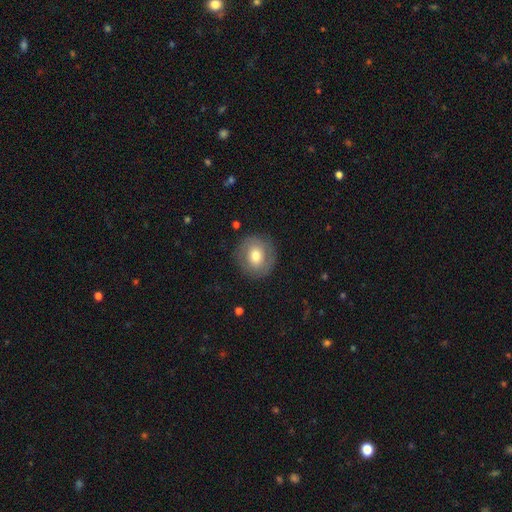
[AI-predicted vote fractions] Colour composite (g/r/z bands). It shows a smooth galaxy with no disk features (61%) that is round (85%). Merging: none (85%).